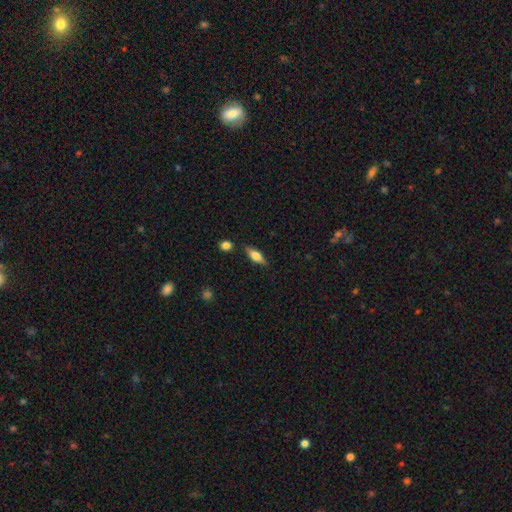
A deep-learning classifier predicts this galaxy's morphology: The model was most divided on "smooth or featured": smooth: 57%, featured or disk: 36%, star or artifact: 7%. More confident: merging — none (81%); how rounded — in between (62%).